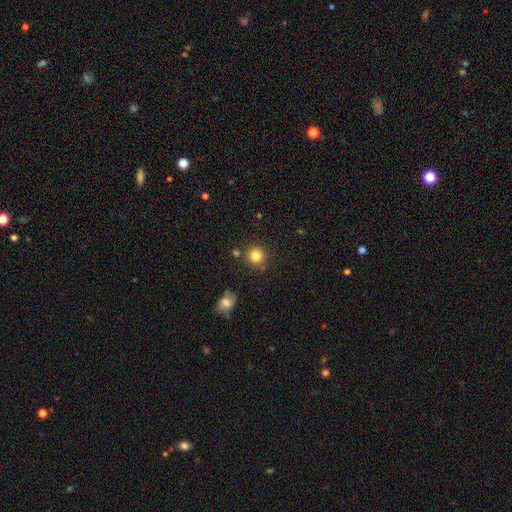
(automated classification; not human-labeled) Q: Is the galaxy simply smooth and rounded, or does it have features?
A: smooth — 83%.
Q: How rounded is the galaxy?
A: round — 92%.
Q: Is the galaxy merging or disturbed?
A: none — 85%.